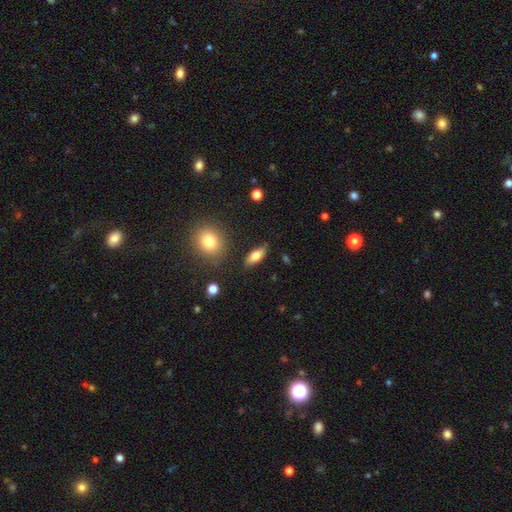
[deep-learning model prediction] This is likely a smooth galaxy (74%). How rounded: likely in between (79%). Merging: clearly none (85%).